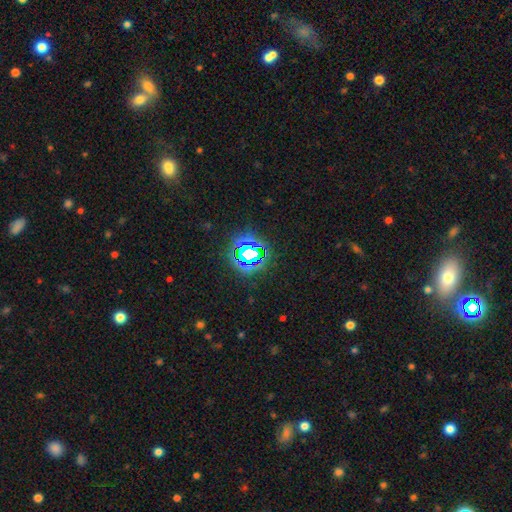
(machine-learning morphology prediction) This is likely a star or artifact rather than a galaxy (77%).